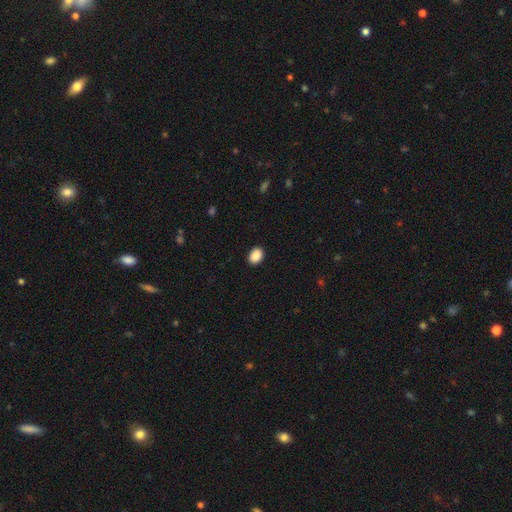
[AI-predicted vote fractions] Morphology: type=smooth (90%); roundness=in between (68%); merging=none (91%).